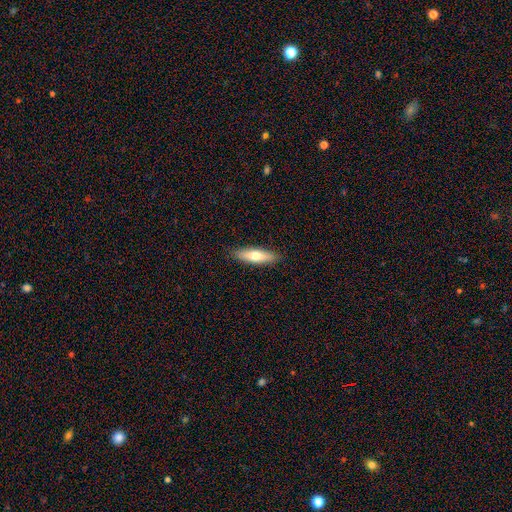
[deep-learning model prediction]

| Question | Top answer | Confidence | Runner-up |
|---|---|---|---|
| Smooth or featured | smooth | 63% | featured or disk (31%) |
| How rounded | cigar-shaped | 59% | in between (39%) |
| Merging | none | 88% | minor disturbance (9%) |